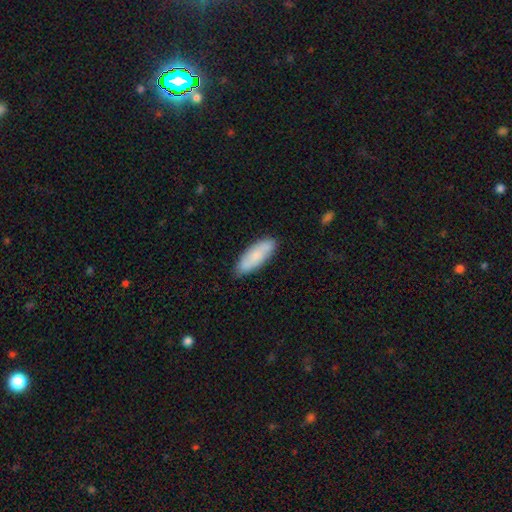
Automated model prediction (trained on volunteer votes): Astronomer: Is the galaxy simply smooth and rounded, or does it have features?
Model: smooth — 78%.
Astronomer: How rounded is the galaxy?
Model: in between — 65%.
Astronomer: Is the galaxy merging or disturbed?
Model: none — 83%.